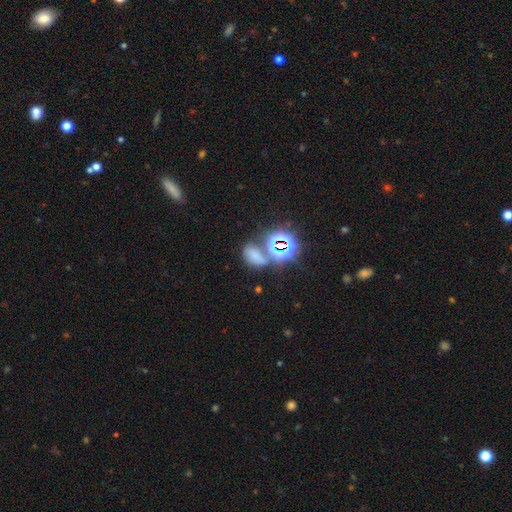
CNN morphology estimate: Q: Smooth or featured?
A: smooth (49%); runner-up: star or artifact (39%)
Q: Merging?
A: none (43%); runner-up: merger (29%)